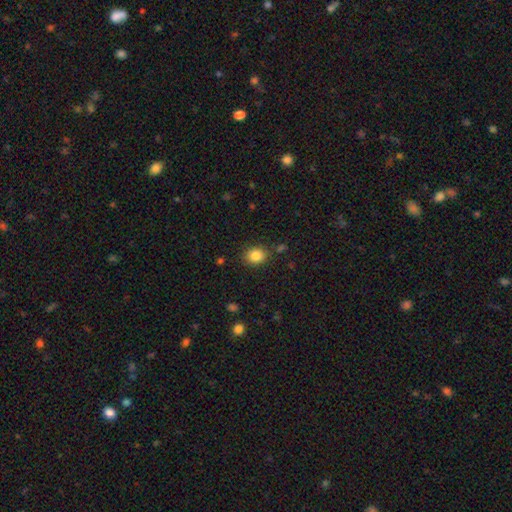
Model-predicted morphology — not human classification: smooth-or-featured: smooth: 85% | star or artifact: 10% | featured or disk: 6%
  how-rounded: round: 53% | in between: 46% | cigar-shaped: 1%
  merging: none: 85% | minor disturbance: 10% | major disturbance: 3% | merger: 2%